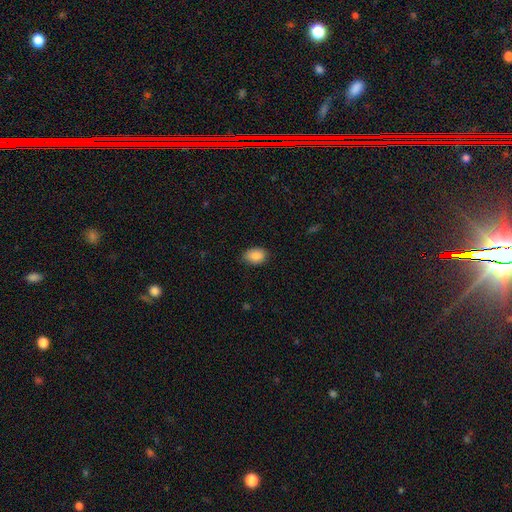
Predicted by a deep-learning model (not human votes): Smooth or featured?
  - smooth: 89% *
  - star or artifact: 8%
  - featured or disk: 4%
How rounded?
  - in between: 78% *
  - round: 20%
  - cigar-shaped: 1%
Merging?
  - none: 81% *
  - minor disturbance: 15%
  - major disturbance: 3%
  - merger: 1%